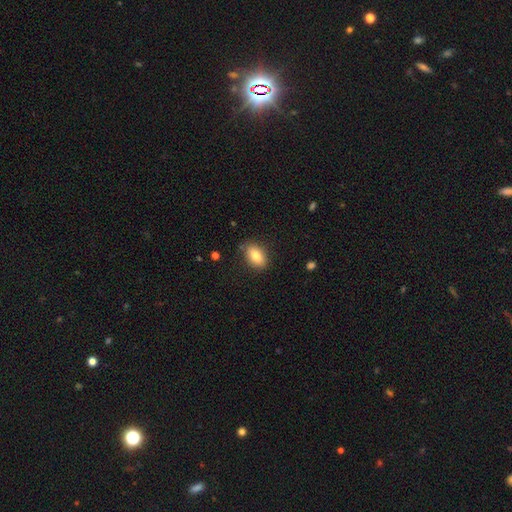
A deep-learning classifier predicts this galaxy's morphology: smooth 81%, featured or disk 11%, star or artifact 8%. Down the decision tree: how rounded — in between (87%); merging — none (82%).